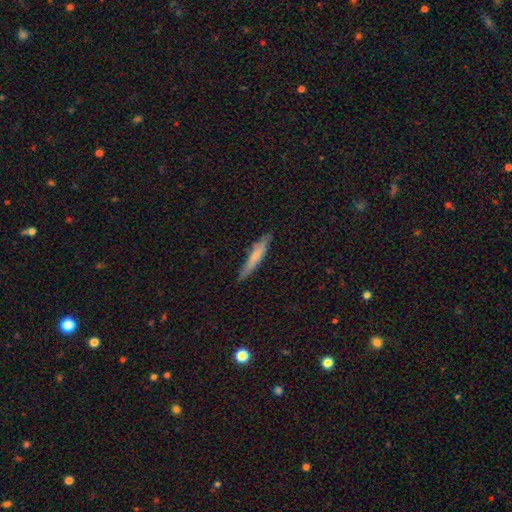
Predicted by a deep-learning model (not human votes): Smooth or featured? smooth (68%)
How rounded? cigar-shaped (92%)
Merging? none (84%)